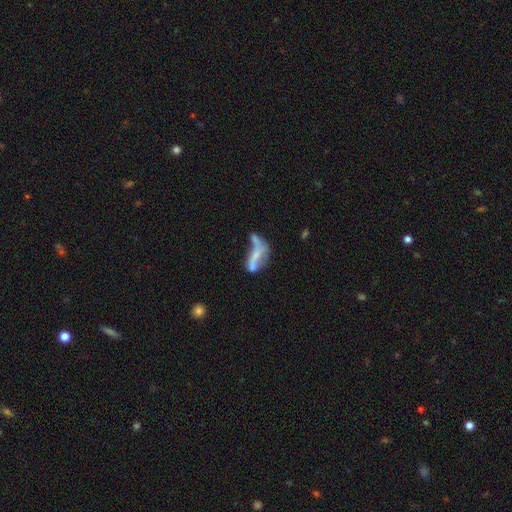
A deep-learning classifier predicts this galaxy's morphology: Smooth or featured: featured or disk — 50% (smooth — 37%)
Edge-on disk: no — 89% (yes — 11%)
Merging: merger — 34% (major disturbance — 29%)